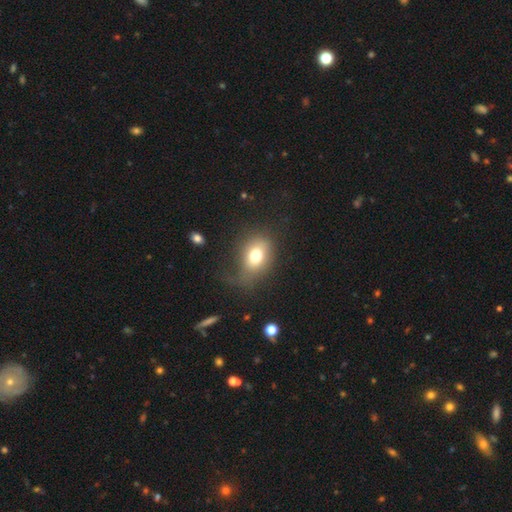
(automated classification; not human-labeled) smooth-or-featured: smooth: 73% | featured or disk: 16% | star or artifact: 11%
  how-rounded: in between: 65% | round: 34% | cigar-shaped: 1%
  merging: none: 50% | minor disturbance: 26% | major disturbance: 22% | merger: 2%